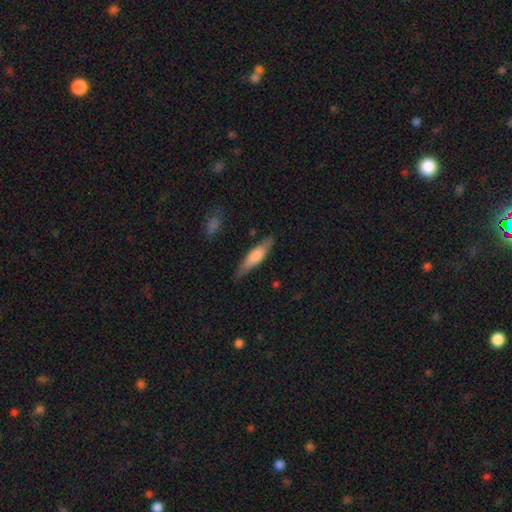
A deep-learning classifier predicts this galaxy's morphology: The model was most divided on "smooth or featured": smooth: 65%, featured or disk: 30%, star or artifact: 5%. More confident: merging — none (80%); how rounded — cigar-shaped (73%).